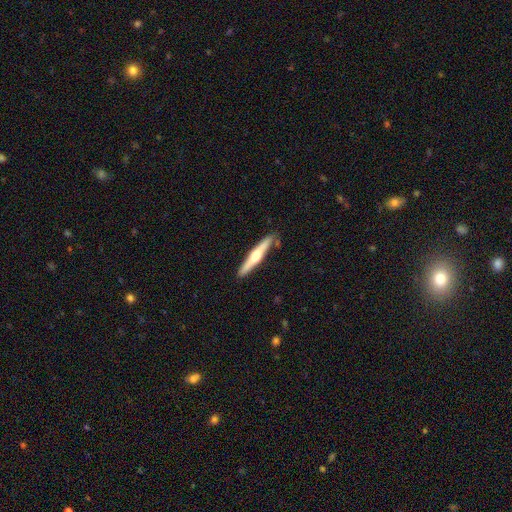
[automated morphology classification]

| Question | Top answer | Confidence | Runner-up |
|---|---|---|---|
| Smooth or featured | featured or disk | 57% | smooth (38%) |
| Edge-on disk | yes | 96% | no (4%) |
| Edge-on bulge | rounded | 88% | none (7%) |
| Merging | none | 85% | minor disturbance (10%) |